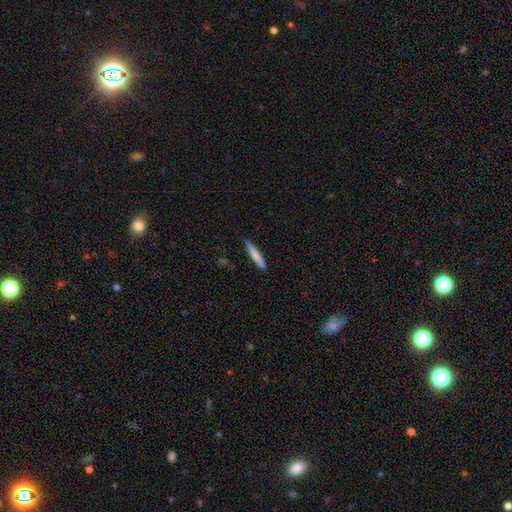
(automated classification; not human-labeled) This appears to be a smooth galaxy with no disk features (75%) that is cigar-shaped (93%). Merging: none (86%).